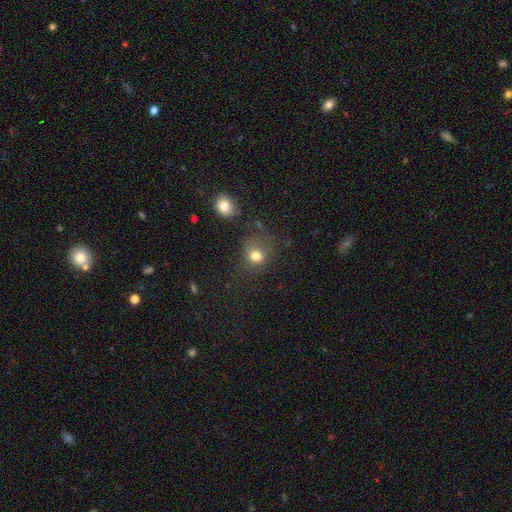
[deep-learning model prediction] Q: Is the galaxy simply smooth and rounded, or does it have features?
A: smooth — 77%.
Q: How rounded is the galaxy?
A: round — 71%.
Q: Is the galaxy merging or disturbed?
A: none — 59%.